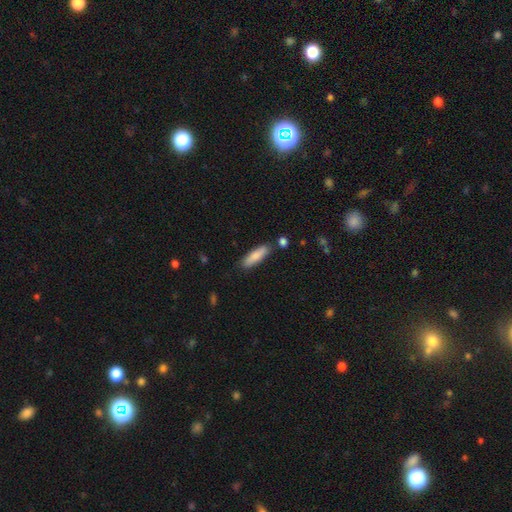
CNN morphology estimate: Smooth or featured? Predicted: smooth (p=0.82). How rounded? Predicted: cigar-shaped (p=0.64). Merging? Predicted: none (p=0.82).